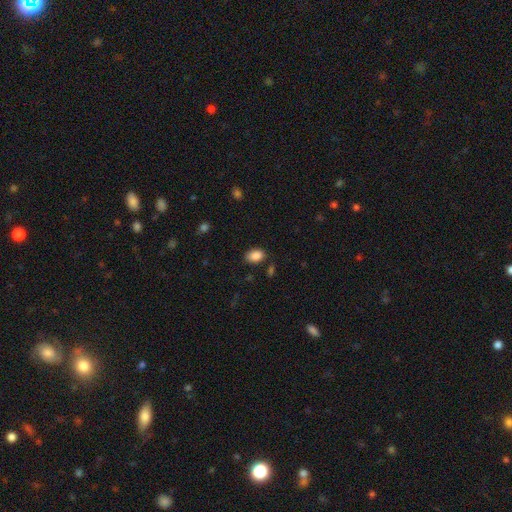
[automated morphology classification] smooth_or_featured: smooth (p=0.88) [alt: star or artifact p=0.09]
how_rounded: in between (p=0.86) [alt: round p=0.13]
merging: none (p=0.82) [alt: minor disturbance p=0.12]